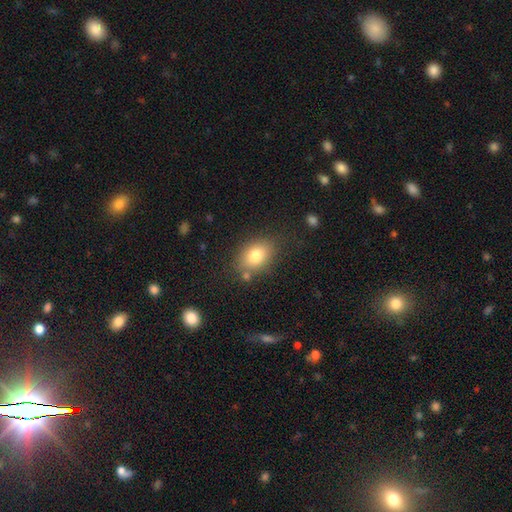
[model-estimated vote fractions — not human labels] Smooth or featured? Predicted: smooth (p=0.78). How rounded? Predicted: in between (p=0.76). Merging? Predicted: none (p=0.75).